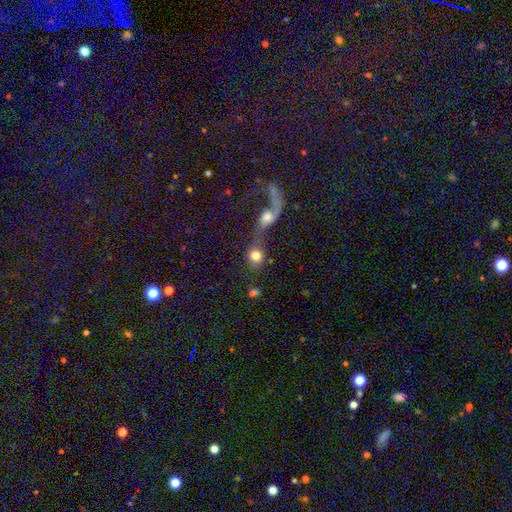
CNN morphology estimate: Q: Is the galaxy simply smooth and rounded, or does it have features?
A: smooth — 76%.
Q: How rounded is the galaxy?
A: round — 74%.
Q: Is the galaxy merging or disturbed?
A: merger — 54%.